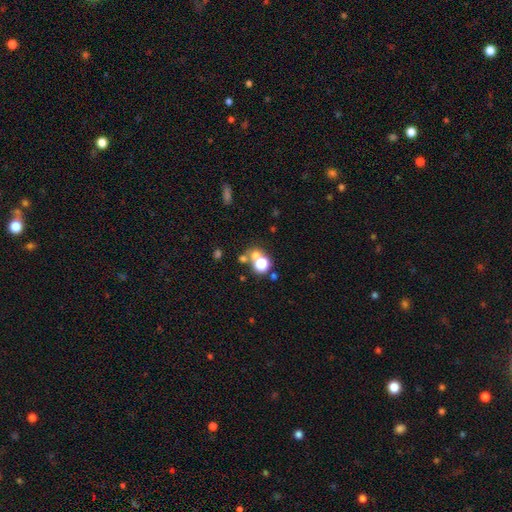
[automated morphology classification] smooth-or-featured: smooth: 60% | star or artifact: 26% | featured or disk: 14%
  how-rounded: round: 78% | in between: 21% | cigar-shaped: 1%
  merging: none: 48% | merger: 39% | minor disturbance: 8% | major disturbance: 6%